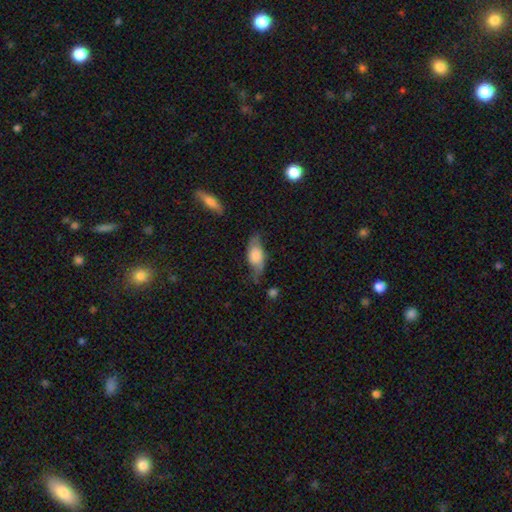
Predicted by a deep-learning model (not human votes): A smooth galaxy with no disk features (57%) that is in between round and cigar-shaped (83%).

Vote fractions:
- Smooth or featured? smooth: 57% / featured or disk: 36% / star or artifact: 7%
- How rounded? in between: 83% / cigar-shaped: 12% / round: 5%
- Merging? none: 55% / minor disturbance: 30% / major disturbance: 12% / merger: 3%